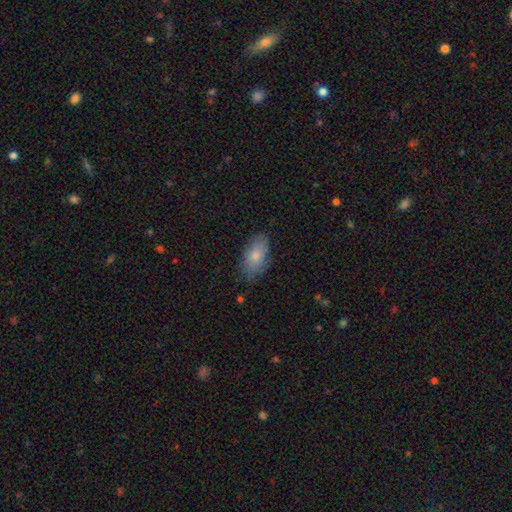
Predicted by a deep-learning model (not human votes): This is likely a smooth galaxy (78%). How rounded: clearly in between (92%). Merging: likely none (76%).